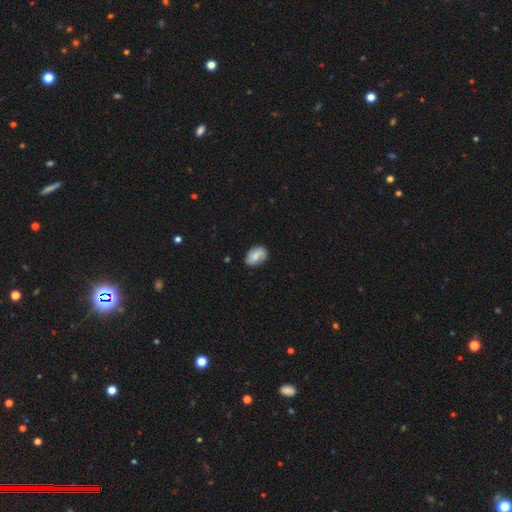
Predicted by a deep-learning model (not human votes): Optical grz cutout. It shows a smooth galaxy with no disk features (54%) that is in between round and cigar-shaped (81%). Merging: none (72%).